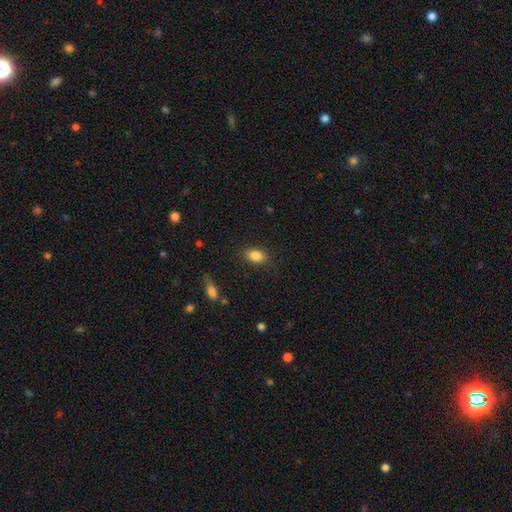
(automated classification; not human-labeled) Morphology: type=smooth (86%); roundness=in between (84%); merging=none (84%).